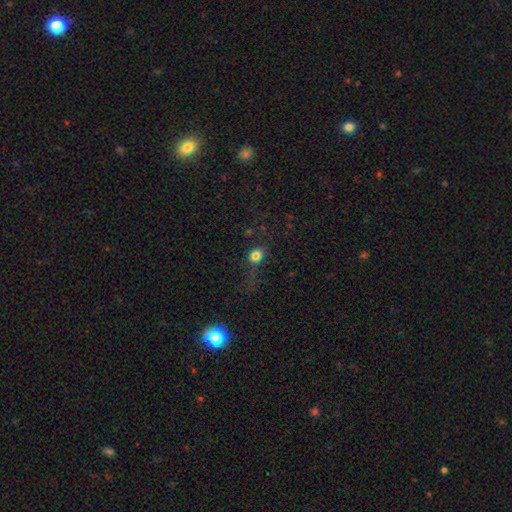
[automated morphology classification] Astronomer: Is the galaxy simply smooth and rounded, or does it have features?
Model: smooth — 77%.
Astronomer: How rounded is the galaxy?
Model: round — 64%.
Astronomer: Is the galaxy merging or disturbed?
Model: none — 63%.